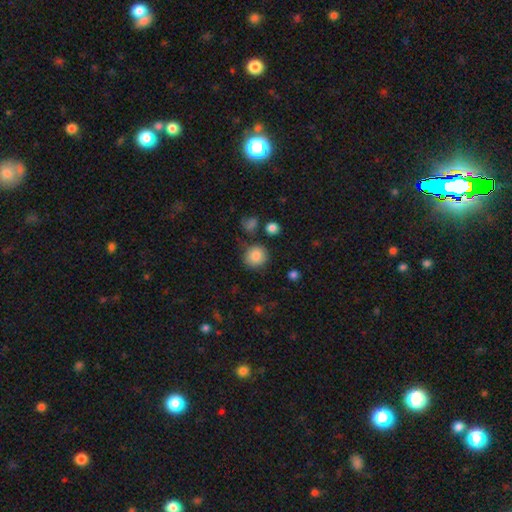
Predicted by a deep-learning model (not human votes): This is clearly a smooth galaxy (85%). How rounded: clearly round (90%). Merging: clearly none (83%).